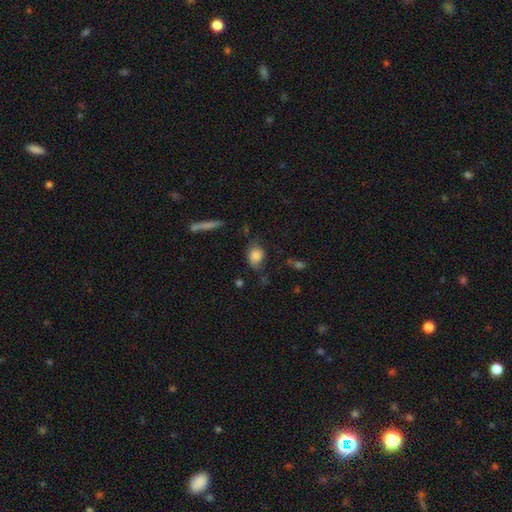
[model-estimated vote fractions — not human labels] A smooth galaxy with no disk features (81%) that is in between round and cigar-shaped (63%).

Vote fractions:
- Smooth or featured? smooth: 81% / featured or disk: 11% / star or artifact: 8%
- How rounded? in between: 63% / round: 35% / cigar-shaped: 2%
- Merging? none: 57% / minor disturbance: 29% / major disturbance: 10% / merger: 3%